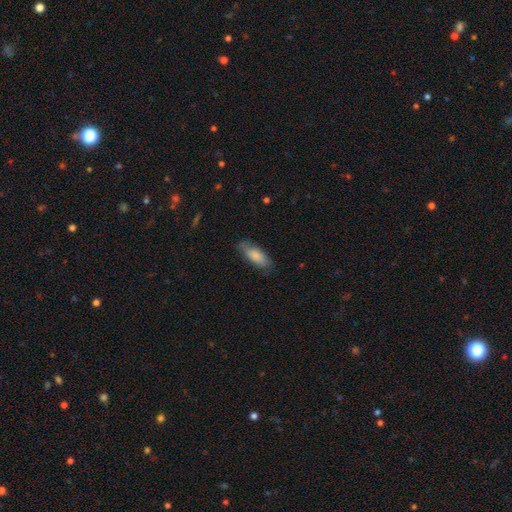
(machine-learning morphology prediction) type=smooth (83%); roundness=in between (74%); merging=none (71%).